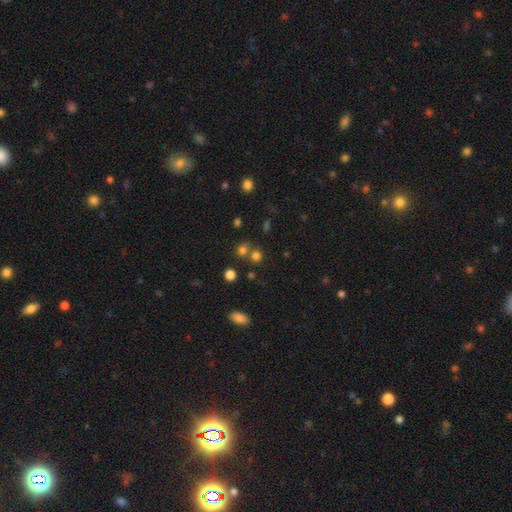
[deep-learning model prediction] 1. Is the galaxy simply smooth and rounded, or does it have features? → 70% smooth, 22% star or artifact, 8% featured or disk.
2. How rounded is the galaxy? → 82% round, 17% in between, 1% cigar-shaped.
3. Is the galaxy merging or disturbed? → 59% none, 29% merger, 8% minor disturbance, 4% major disturbance.